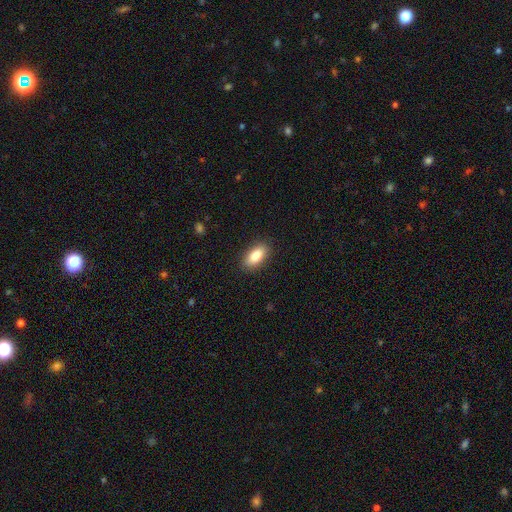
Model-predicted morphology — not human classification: smooth-or-featured: smooth: 84% | featured or disk: 8% | star or artifact: 7%
  how-rounded: in between: 88% | cigar-shaped: 8% | round: 4%
  merging: none: 88% | minor disturbance: 9% | major disturbance: 2% | merger: 1%